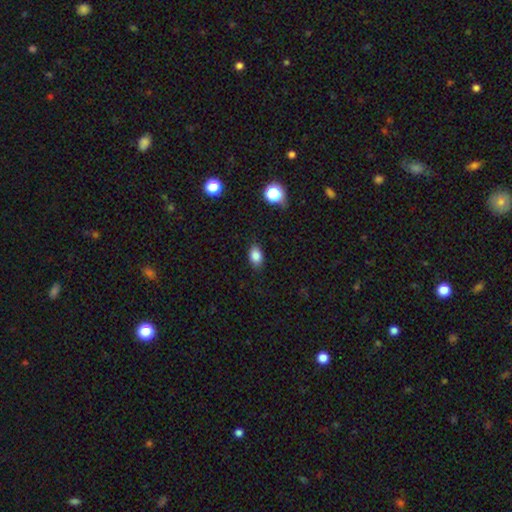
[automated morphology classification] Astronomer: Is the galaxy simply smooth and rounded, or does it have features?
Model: smooth — 84%.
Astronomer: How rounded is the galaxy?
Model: in between — 84%.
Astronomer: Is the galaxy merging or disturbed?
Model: none — 84%.